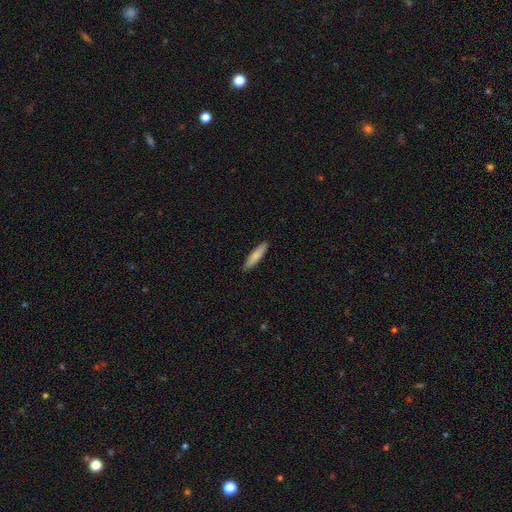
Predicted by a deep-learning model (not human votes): Smooth or featured? smooth (81%)
How rounded? cigar-shaped (85%)
Merging? none (91%)